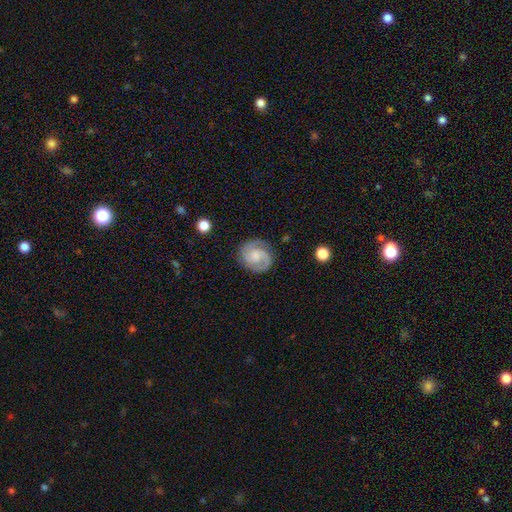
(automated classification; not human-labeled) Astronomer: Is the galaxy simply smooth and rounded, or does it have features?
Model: featured or disk — 84%.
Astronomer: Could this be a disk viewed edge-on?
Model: no — 98%.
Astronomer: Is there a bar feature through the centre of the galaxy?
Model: no — 56% (runner-up: weak, 37%).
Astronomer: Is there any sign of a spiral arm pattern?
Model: yes — 97%.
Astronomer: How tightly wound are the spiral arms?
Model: medium — 46% (runner-up: tight, 45%).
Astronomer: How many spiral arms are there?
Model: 2 — 85%.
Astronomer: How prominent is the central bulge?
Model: small — 39% (runner-up: moderate, 37%).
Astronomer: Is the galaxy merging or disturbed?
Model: none — 82%.